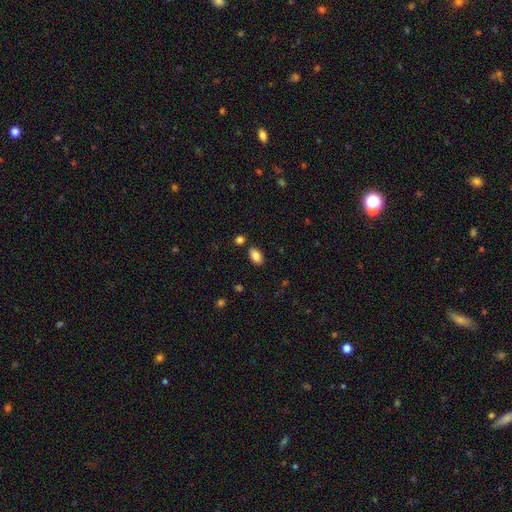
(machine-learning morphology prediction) Q: Smooth or featured?
A: smooth (86%); runner-up: star or artifact (8%)
Q: How rounded?
A: in between (92%); runner-up: round (6%)
Q: Merging?
A: none (81%); runner-up: minor disturbance (10%)